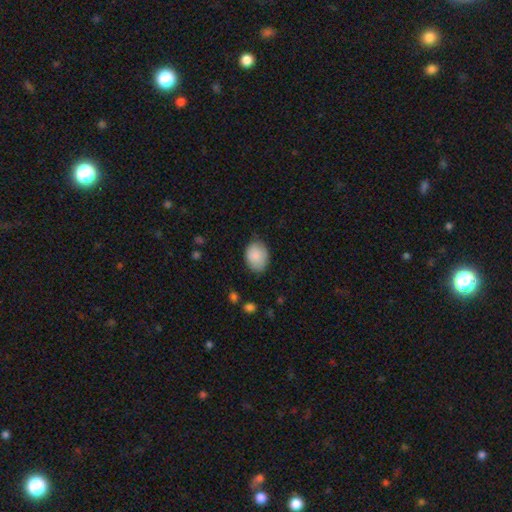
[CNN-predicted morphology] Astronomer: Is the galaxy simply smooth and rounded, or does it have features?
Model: smooth — 87%.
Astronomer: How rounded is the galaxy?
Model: in between — 71%.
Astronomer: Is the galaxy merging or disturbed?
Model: none — 75%.